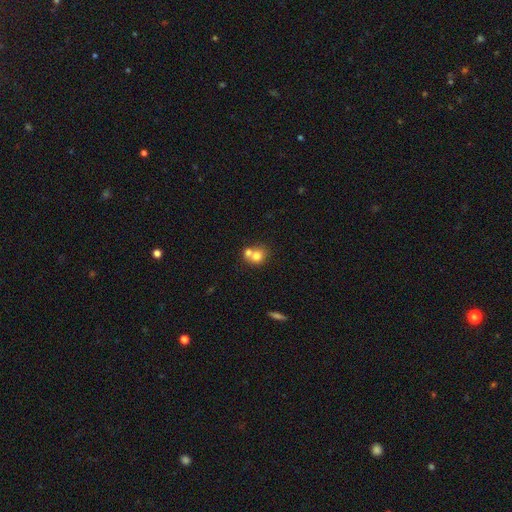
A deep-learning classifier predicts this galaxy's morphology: Smooth or featured? smooth (73%)
How rounded? round (72%)
Merging? merger (58%)